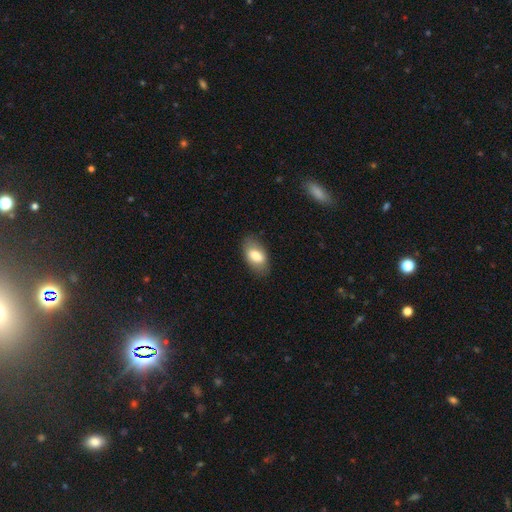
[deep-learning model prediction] Smooth or featured? smooth (75%)
How rounded? in between (93%)
Merging? none (82%)